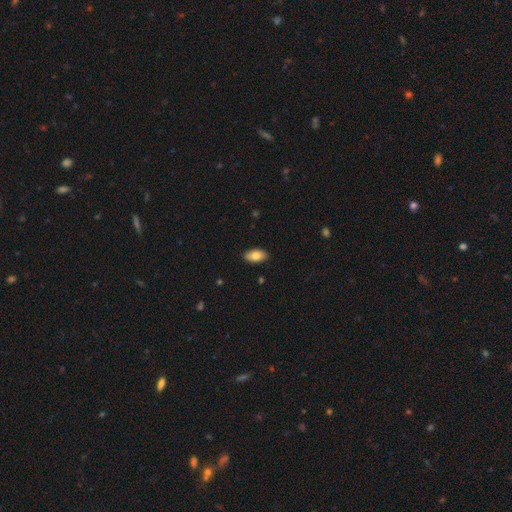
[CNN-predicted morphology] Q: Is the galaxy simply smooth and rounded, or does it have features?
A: smooth — 81%.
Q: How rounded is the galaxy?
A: in between — 94%.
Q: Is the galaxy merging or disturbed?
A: none — 89%.